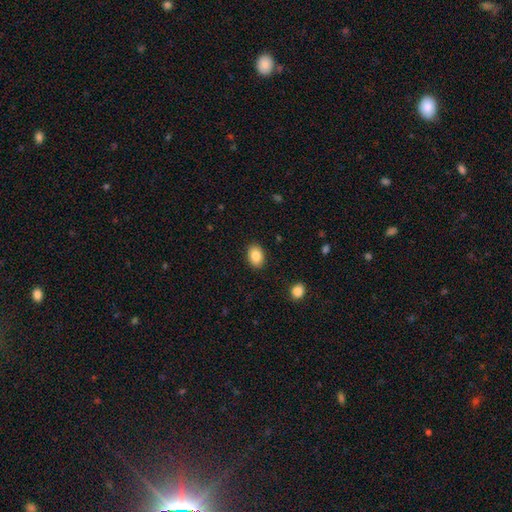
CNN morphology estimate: This is clearly a smooth galaxy (86%). How rounded: clearly in between (80%). Merging: clearly none (89%).